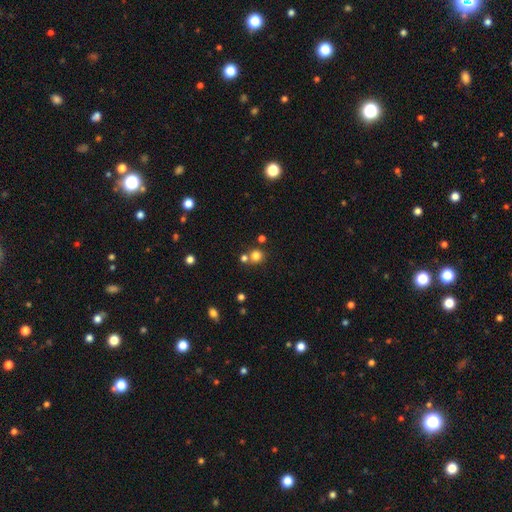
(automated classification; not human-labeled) smooth_or_featured: smooth (p=0.78) [alt: star or artifact p=0.15]
how_rounded: round (p=0.90) [alt: in between p=0.09]
merging: none (p=0.65) [alt: merger p=0.25]